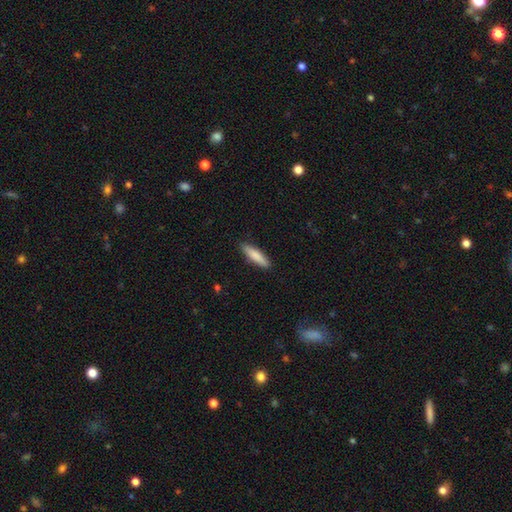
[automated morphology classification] This is clearly a smooth galaxy (82%). How rounded: likely cigar-shaped (77%). Merging: clearly none (88%).